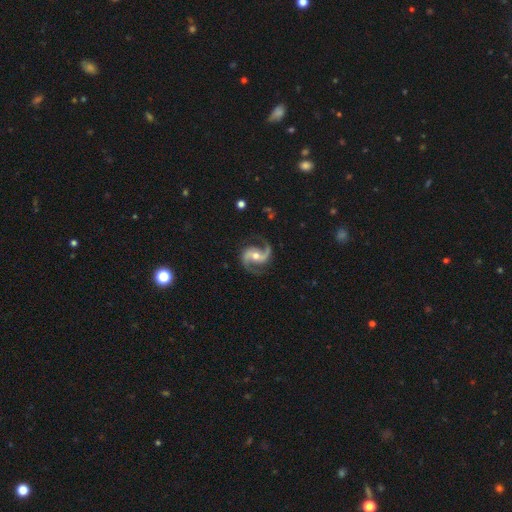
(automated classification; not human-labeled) This is clearly a featured or disk galaxy (93%). It is clearly not viewed edge-on (98%). Bar: marginally no (37%, tied with weak). Spiral arm pattern: clearly yes (98%). Spiral arm count: clearly 2 (94%). Spiral winding: possibly medium (53%). Central bulge: likely moderate (65%). Merging: clearly none (81%).